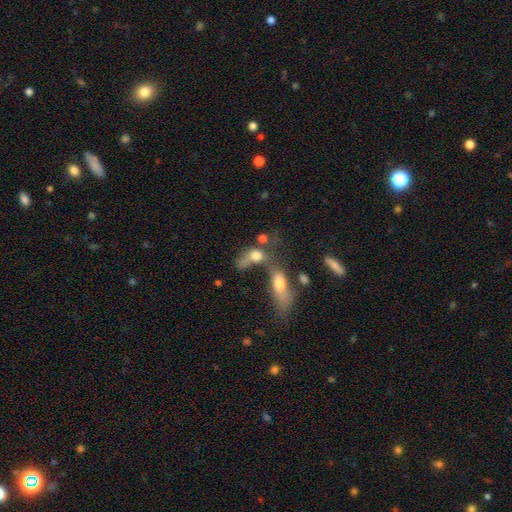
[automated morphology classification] smooth-or-featured: smooth: 68% | featured or disk: 20% | star or artifact: 12%
  how-rounded: in between: 64% | round: 27% | cigar-shaped: 9%
  merging: merger: 55% | none: 18% | major disturbance: 16% | minor disturbance: 10%